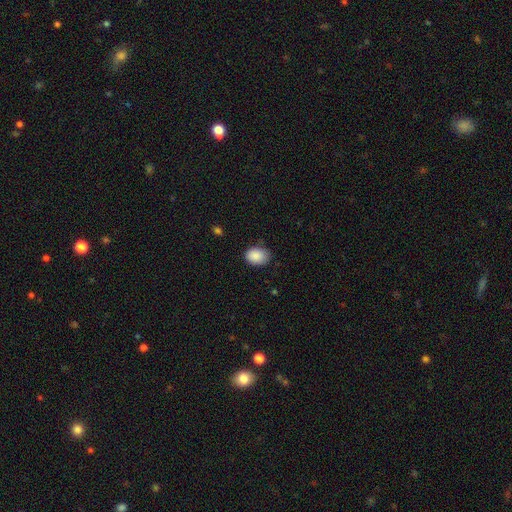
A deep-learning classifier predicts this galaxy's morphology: A smooth galaxy with no disk features (89%) that is in between round and cigar-shaped (71%).

Vote fractions:
- Smooth or featured? smooth: 89% / star or artifact: 8% / featured or disk: 4%
- How rounded? in between: 71% / round: 28% / cigar-shaped: 1%
- Merging? none: 72% / minor disturbance: 23% / major disturbance: 4% / merger: 1%